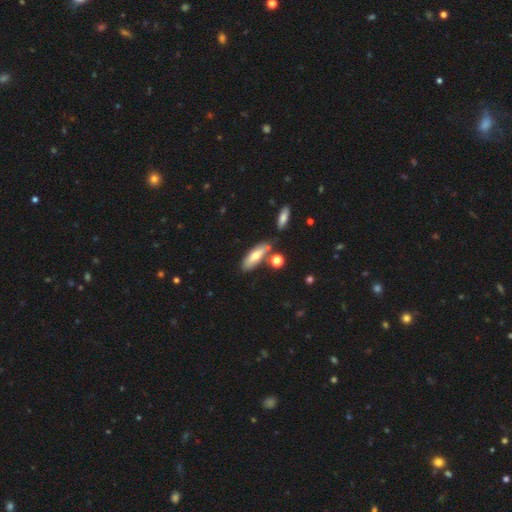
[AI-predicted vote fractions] Smooth or featured: smooth — 60% (featured or disk — 32%)
How rounded: in between — 55% (cigar-shaped — 42%)
Merging: none — 67% (minor disturbance — 16%)